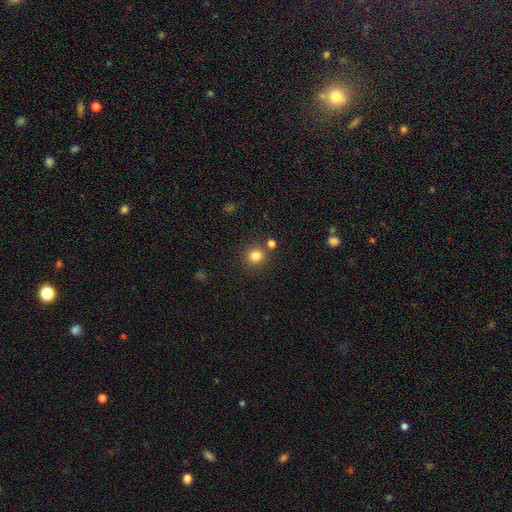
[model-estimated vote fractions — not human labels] Smooth or featured: smooth — 82% (star or artifact — 13%)
How rounded: round — 91% (in between — 8%)
Merging: none — 81% (merger — 9%)